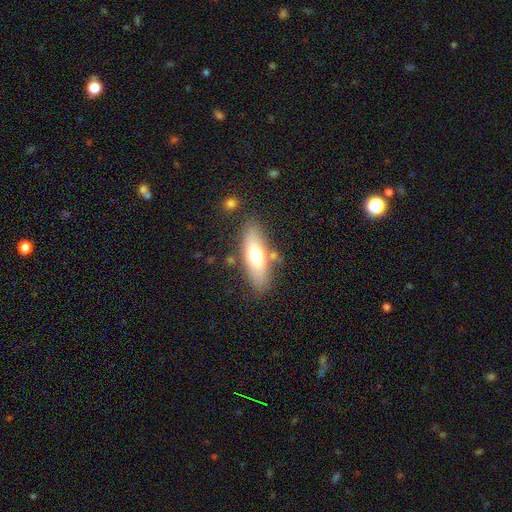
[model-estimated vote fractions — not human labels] Smooth or featured? smooth (63%)
How rounded? in between (58%)
Merging? none (79%)